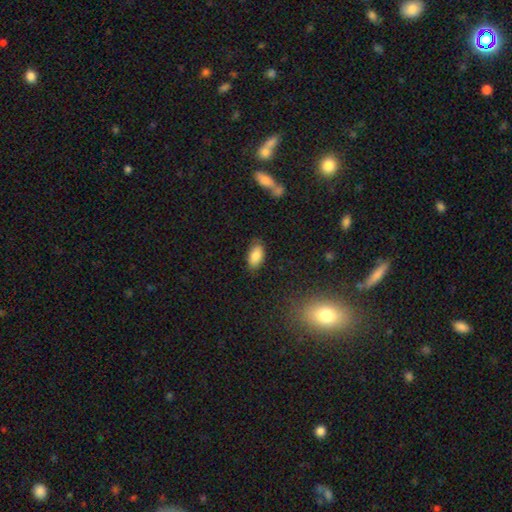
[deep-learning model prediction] Morphology: type=smooth (86%); roundness=in between (94%); merging=none (82%).